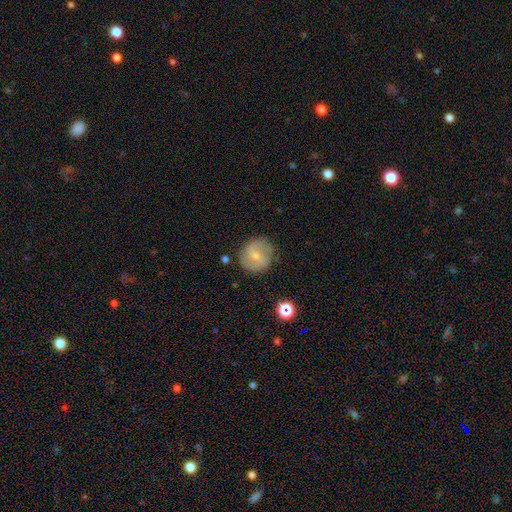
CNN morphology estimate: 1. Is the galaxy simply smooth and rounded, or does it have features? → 65% featured or disk, 27% smooth, 7% star or artifact.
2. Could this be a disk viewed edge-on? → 97% no, 3% yes.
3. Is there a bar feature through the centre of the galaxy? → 45% weak (tied), 45% no (tied), 10% strong.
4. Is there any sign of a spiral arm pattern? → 89% yes, 11% no.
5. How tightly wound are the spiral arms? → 49% medium, 31% tight, 20% loose.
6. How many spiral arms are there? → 83% 2, 10% can't tell, 3% 3, 2% 1, 1% 4, 1% more than 4.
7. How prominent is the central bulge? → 63% small, 30% moderate, 5% none, 1% large, 1% dominant.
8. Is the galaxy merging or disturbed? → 79% none, 14% minor disturbance, 5% major disturbance, 2% merger.